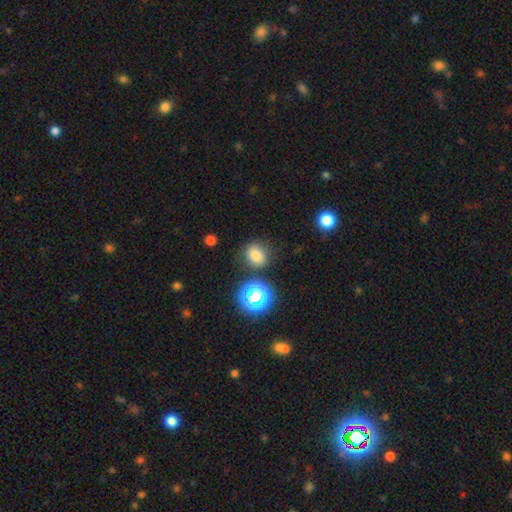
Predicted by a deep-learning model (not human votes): Smooth or featured? Predicted: smooth (p=0.75). How rounded? Predicted: round (p=0.67). Merging? Predicted: none (p=0.80).